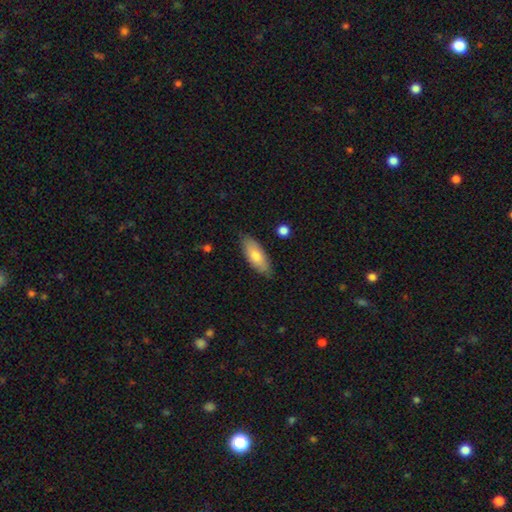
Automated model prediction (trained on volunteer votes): Smooth or featured: smooth — 76% (featured or disk — 18%)
How rounded: in between — 78% (cigar-shaped — 20%)
Merging: none — 82% (minor disturbance — 14%)